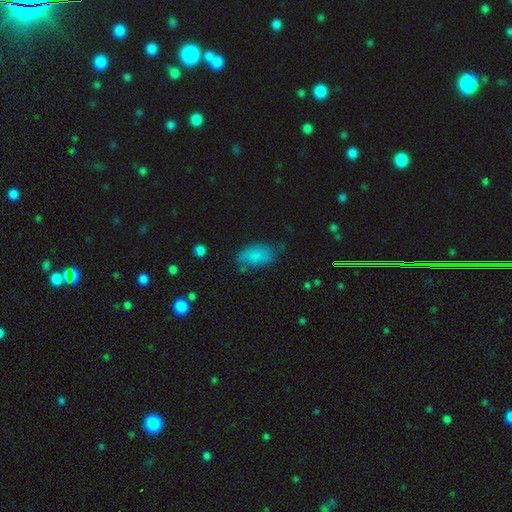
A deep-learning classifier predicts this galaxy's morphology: Smooth or featured?
  - smooth: 72% *
  - featured or disk: 19%
  - star or artifact: 9%
How rounded?
  - in between: 92% *
  - round: 6%
  - cigar-shaped: 3%
Merging?
  - none: 59% *
  - minor disturbance: 28%
  - major disturbance: 11%
  - merger: 2%